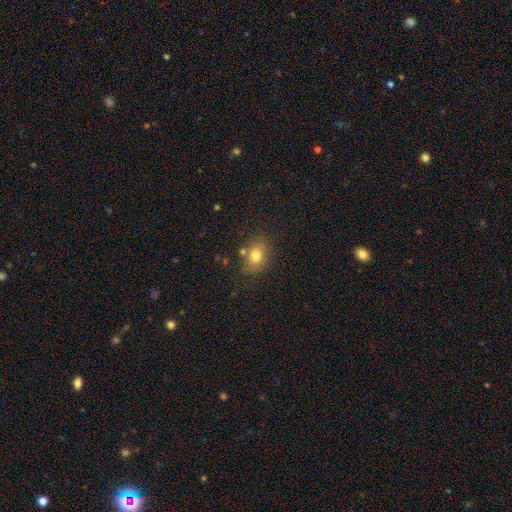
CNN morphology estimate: Overall: smooth (76%). How rounded: in between (62%; round 37%). Merging: none (74%).